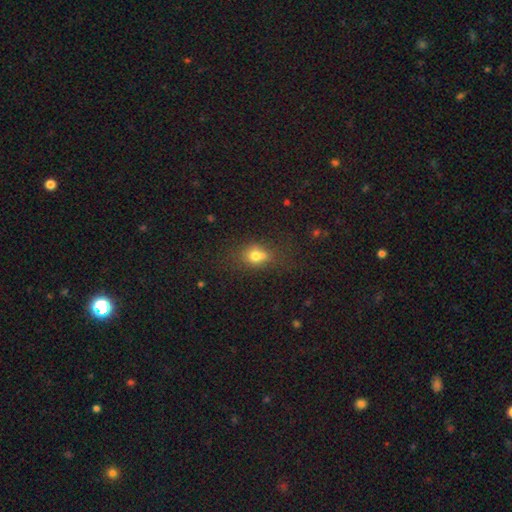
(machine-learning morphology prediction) smooth 71%, star or artifact 15%, featured or disk 14%. Down the decision tree: how rounded — round (60%); merging — none (46%).